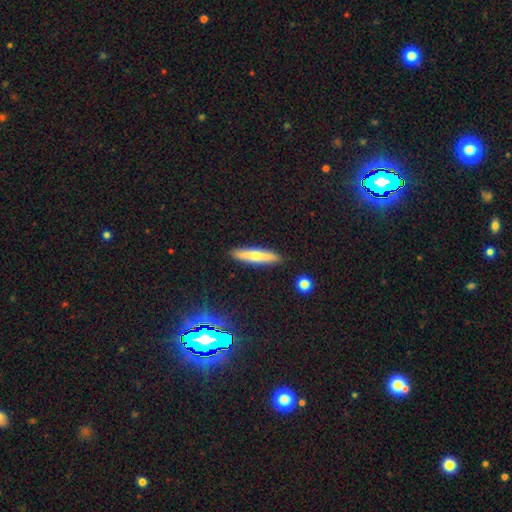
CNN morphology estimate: Overall: smooth (57%; featured or disk 37%). How rounded: cigar-shaped (84%). Merging: none (89%).